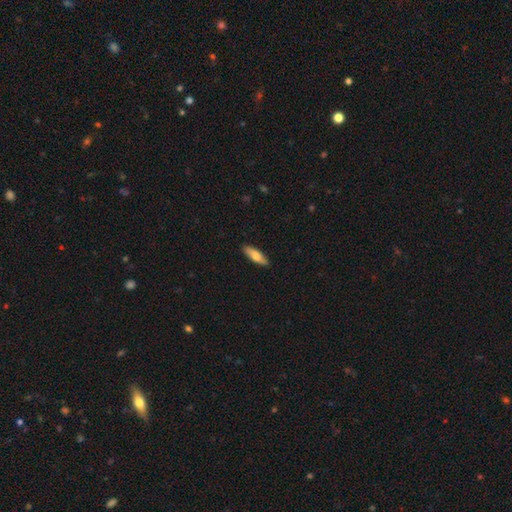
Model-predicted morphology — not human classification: A smooth galaxy with no disk features (71%) that is in between round and cigar-shaped (52%).

Vote fractions:
- Smooth or featured? smooth: 71% / featured or disk: 24% / star or artifact: 6%
- How rounded? in between: 52% / cigar-shaped: 46% / round: 2%
- Merging? none: 89% / minor disturbance: 9% / major disturbance: 2% / merger: 1%